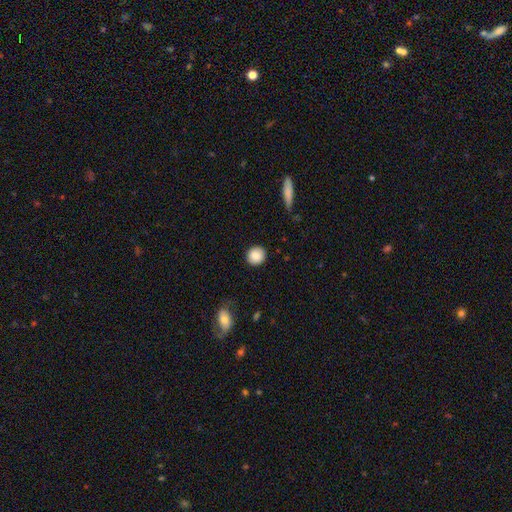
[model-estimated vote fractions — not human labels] This is clearly a smooth galaxy (87%). How rounded: clearly round (88%). Merging: clearly none (89%).